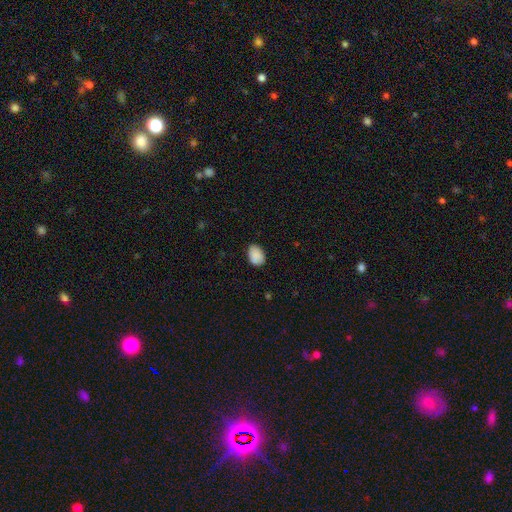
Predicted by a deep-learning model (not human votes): This is clearly a smooth galaxy (88%). How rounded: clearly in between (81%). Merging: likely none (77%).